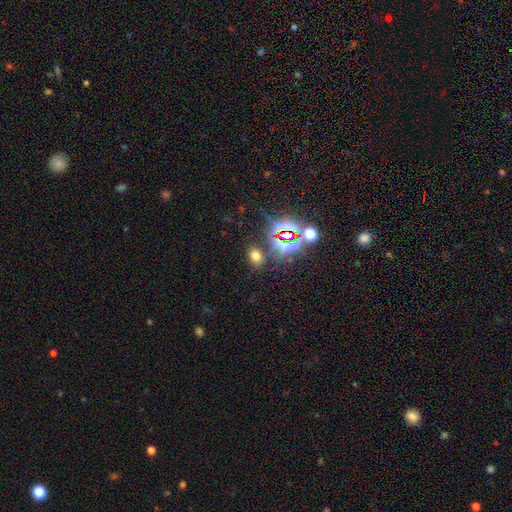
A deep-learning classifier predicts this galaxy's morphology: smooth-or-featured: smooth: 57% | star or artifact: 35% | featured or disk: 8%
  how-rounded: in between: 73% | round: 25% | cigar-shaped: 2%
  merging: none: 80% | minor disturbance: 10% | merger: 6% | major disturbance: 4%